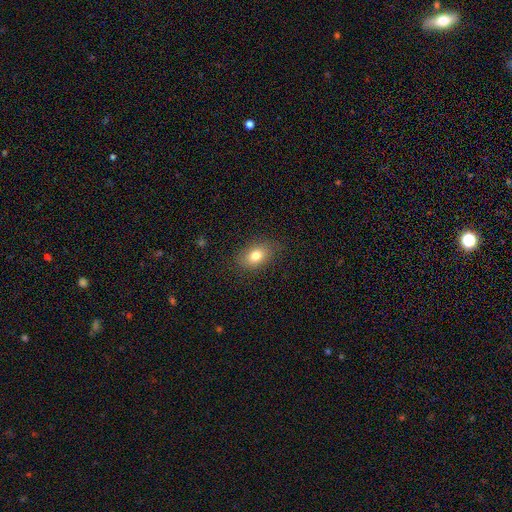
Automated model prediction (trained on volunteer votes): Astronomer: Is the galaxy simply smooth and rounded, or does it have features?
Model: smooth — 78%.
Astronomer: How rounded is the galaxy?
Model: in between — 80%.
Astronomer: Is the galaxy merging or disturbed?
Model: none — 83%.